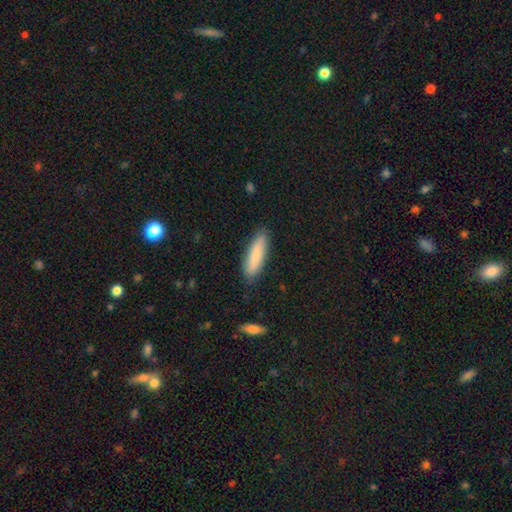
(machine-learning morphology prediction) Smooth or featured? Predicted: smooth (p=0.78). How rounded? Predicted: cigar-shaped (p=0.62). Merging? Predicted: none (p=0.86).